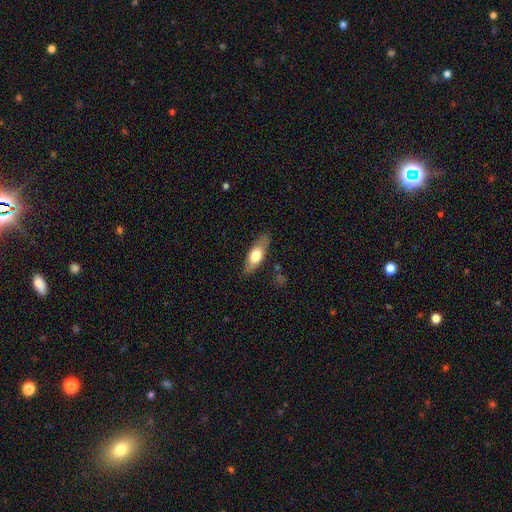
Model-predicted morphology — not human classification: Smooth or featured: smooth — 62% (featured or disk — 32%)
How rounded: in between — 62% (cigar-shaped — 36%)
Merging: none — 82% (minor disturbance — 13%)